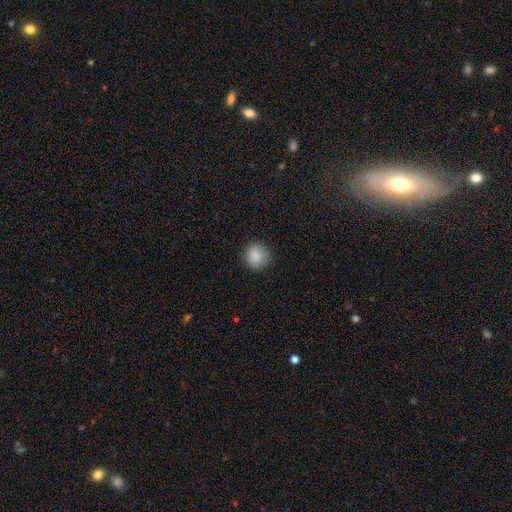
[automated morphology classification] smooth-or-featured: smooth: 88% | star or artifact: 8% | featured or disk: 4%
  how-rounded: round: 87% | in between: 12% | cigar-shaped: 1%
  merging: none: 87% | minor disturbance: 10% | major disturbance: 3% | merger: 1%